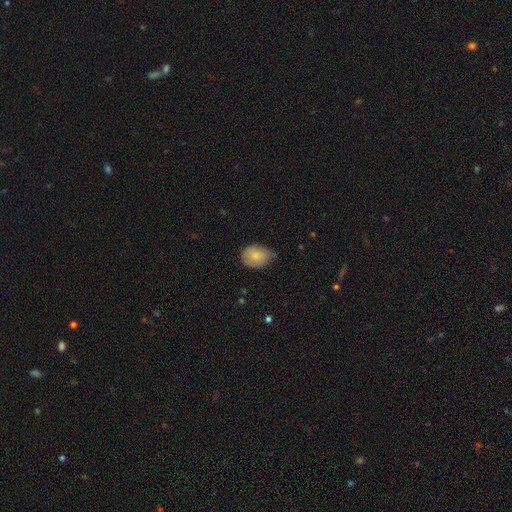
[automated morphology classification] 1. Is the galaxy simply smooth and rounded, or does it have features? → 78% smooth, 16% featured or disk, 6% star or artifact.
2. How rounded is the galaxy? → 71% in between, 28% round, 1% cigar-shaped.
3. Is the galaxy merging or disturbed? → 60% none, 33% minor disturbance, 5% major disturbance, 1% merger.